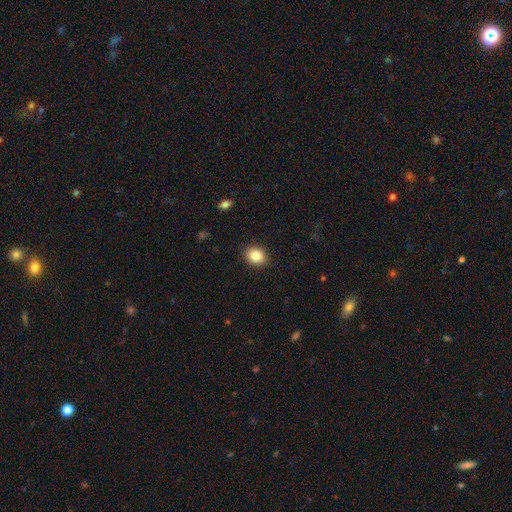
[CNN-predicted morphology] Smooth or featured? smooth (86%)
How rounded? round (52%)
Merging? none (90%)